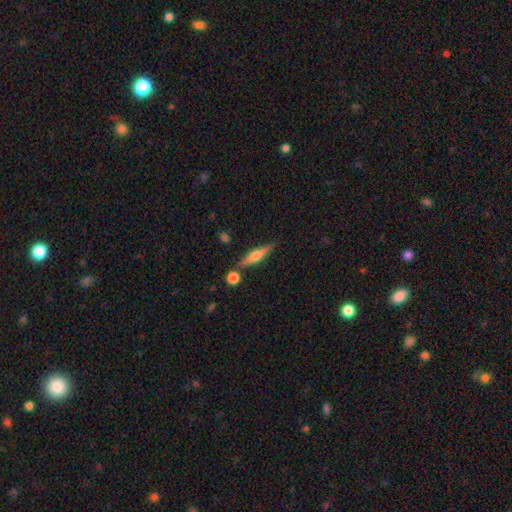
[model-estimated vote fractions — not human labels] Smooth or featured?
  - featured or disk: 55% *
  - smooth: 38%
  - star or artifact: 7%
Edge-on disk?
  - yes: 95% *
  - no: 5%
Edge-on bulge?
  - rounded: 87% *
  - boxy: 8%
  - none: 5%
Merging?
  - none: 78% *
  - minor disturbance: 11%
  - merger: 8%
  - major disturbance: 3%